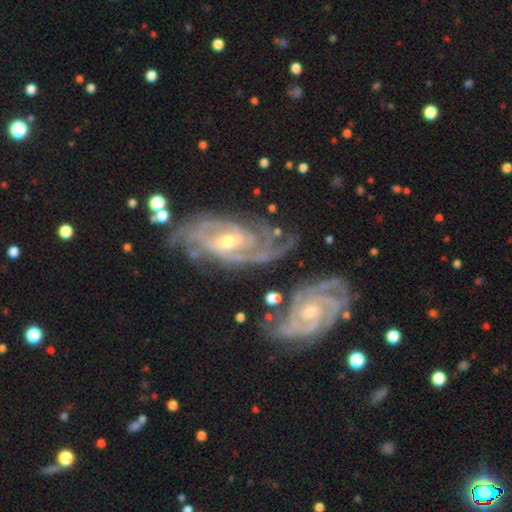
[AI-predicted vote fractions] Smooth or featured? Predicted: featured or disk (p=0.85). Edge-on disk? Predicted: no (p=0.93). Bar? Predicted: no (p=0.43). Spiral arms? Predicted: yes (p=0.97). Spiral winding? Predicted: tight (p=0.74). Spiral arm count? Predicted: can't tell (p=0.31). Bulge size? Predicted: small (p=0.51). Merging? Predicted: none (p=0.64).